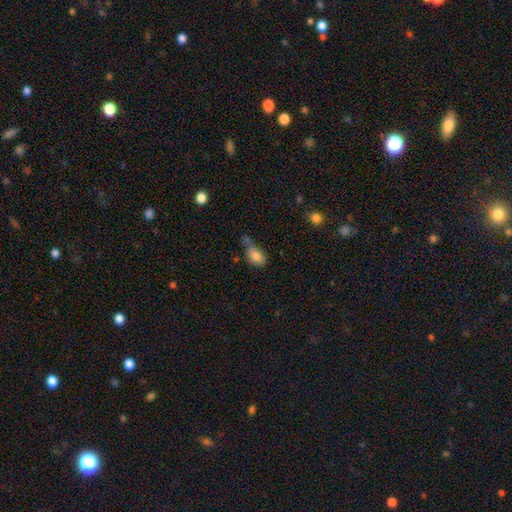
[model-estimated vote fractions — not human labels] Smooth or featured?
  - smooth: 80% *
  - featured or disk: 11%
  - star or artifact: 9%
How rounded?
  - in between: 86% *
  - round: 12%
  - cigar-shaped: 3%
Merging?
  - none: 36% *
  - minor disturbance: 28%
  - merger: 21%
  - major disturbance: 15%